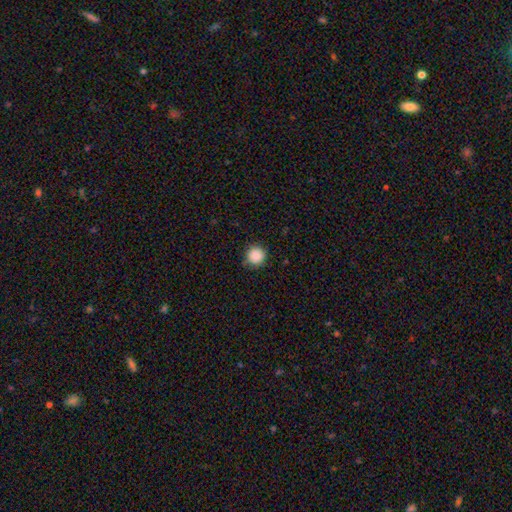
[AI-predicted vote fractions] The model was most divided on "merging": none: 83%, minor disturbance: 13%, major disturbance: 3%, merger: 1%. More confident: how rounded — round (94%); smooth or featured — smooth (88%).